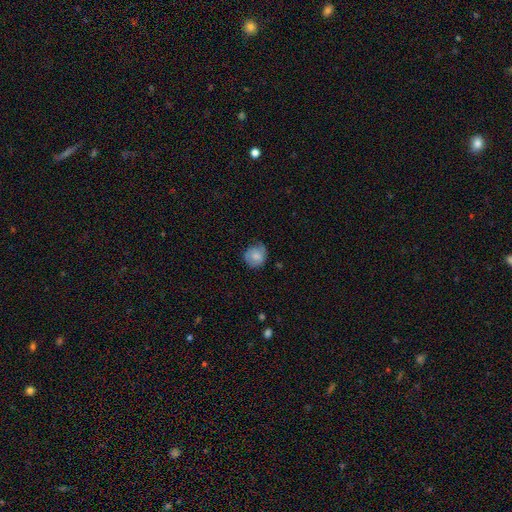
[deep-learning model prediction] The model was most divided on "merging": none: 65%, minor disturbance: 27%, major disturbance: 7%, merger: 1%. More confident: how rounded — round (85%); smooth or featured — smooth (73%).